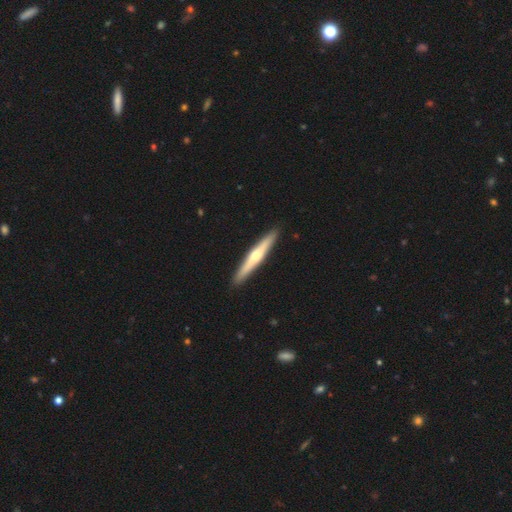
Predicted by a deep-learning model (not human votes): Morphology: type=featured or disk (55%); edge-on=yes (97%); edge-on bulge=rounded (78%); merging=none (92%).